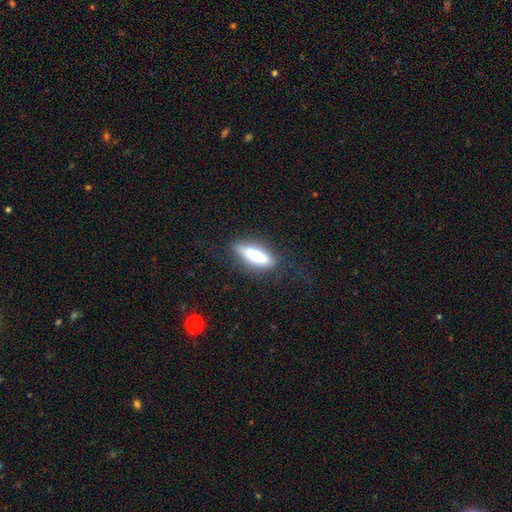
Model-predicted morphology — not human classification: The model was most divided on "how rounded": in between: 61%, cigar-shaped: 37%, round: 3%. More confident: smooth or featured — smooth (72%); merging — none (63%).